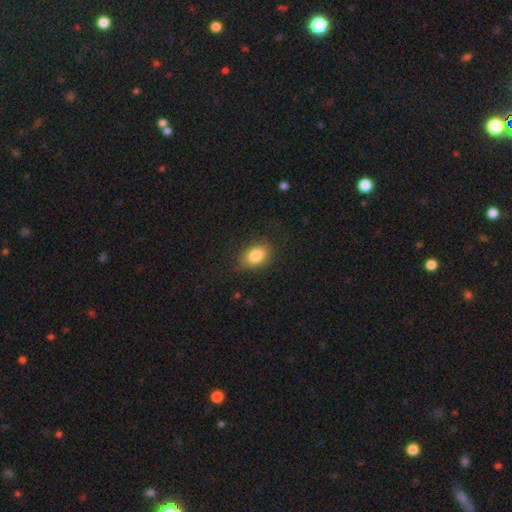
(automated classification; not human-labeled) smooth_or_featured: smooth (p=0.83) [alt: star or artifact p=0.09]
how_rounded: in between (p=0.76) [alt: round p=0.22]
merging: none (p=0.79) [alt: minor disturbance p=0.15]